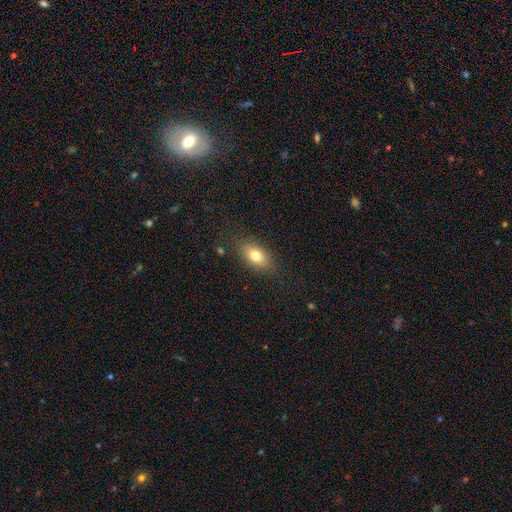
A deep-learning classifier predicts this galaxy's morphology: smooth 78%, featured or disk 13%, star or artifact 9%. Down the decision tree: how rounded — in between (85%); merging — none (83%).